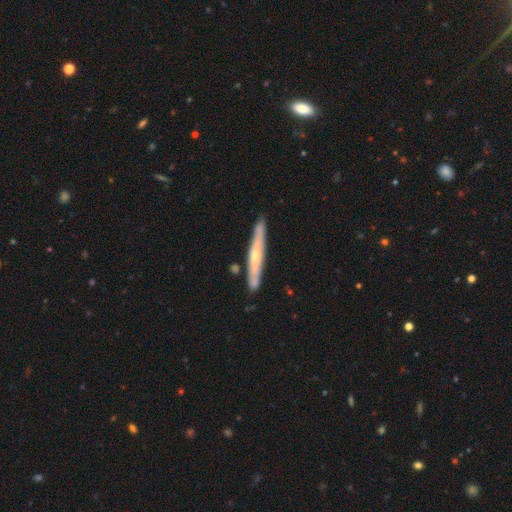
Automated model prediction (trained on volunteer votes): Smooth or featured? Predicted: featured or disk (p=0.56). Edge-on disk? Predicted: yes (p=0.89). Edge-on bulge? Predicted: rounded (p=0.62). Merging? Predicted: none (p=0.84).